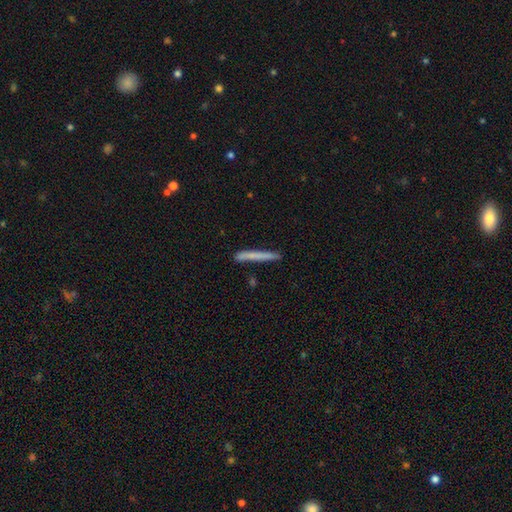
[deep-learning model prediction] Smooth or featured: smooth — 67% (featured or disk — 27%)
How rounded: cigar-shaped — 97% (in between — 2%)
Merging: none — 85% (minor disturbance — 11%)